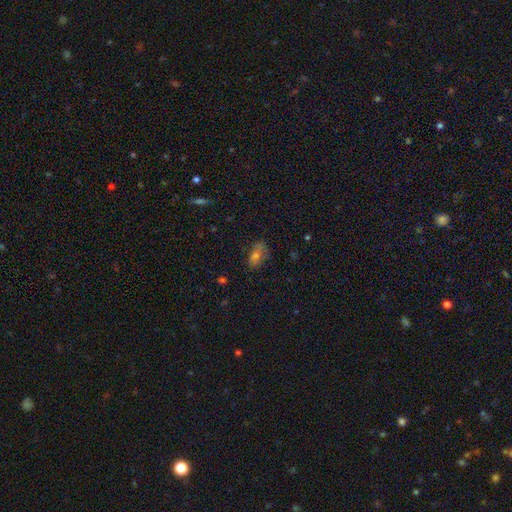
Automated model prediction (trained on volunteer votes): A smooth galaxy with no disk features (57%) that is in between round and cigar-shaped (83%). Merging: none (65%).